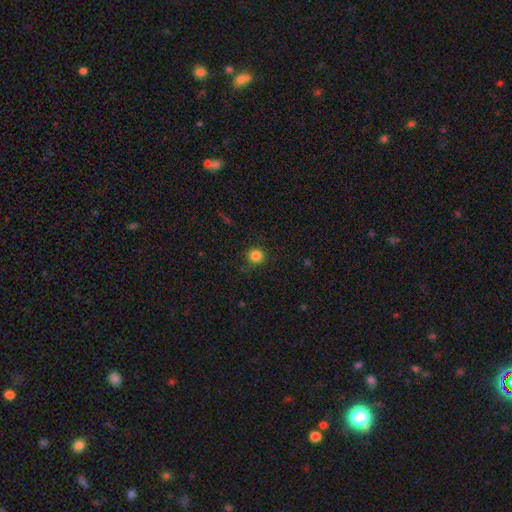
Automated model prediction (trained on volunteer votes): Overall: smooth (84%). How rounded: round (93%). Merging: none (85%).